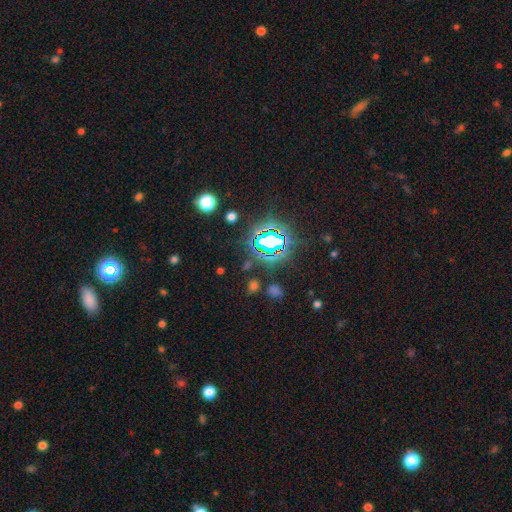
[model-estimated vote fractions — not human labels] smooth_or_featured: star or artifact (p=0.80) [alt: smooth p=0.12]